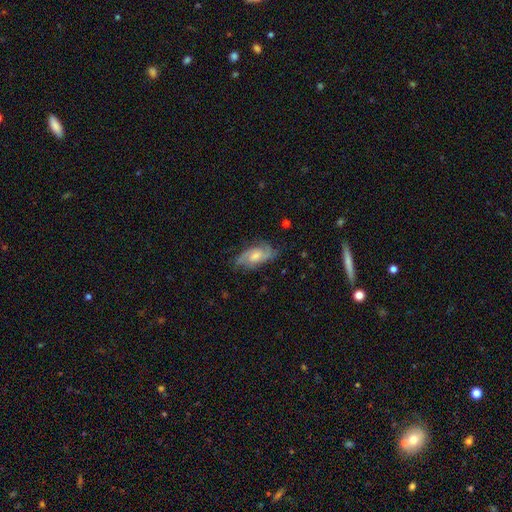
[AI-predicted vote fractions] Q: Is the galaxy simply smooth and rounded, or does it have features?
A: featured or disk — 75%.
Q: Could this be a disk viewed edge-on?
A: no — 94%.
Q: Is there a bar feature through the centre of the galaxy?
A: no — 50%.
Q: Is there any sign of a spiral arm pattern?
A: yes — 94%.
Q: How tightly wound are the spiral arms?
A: medium — 49%.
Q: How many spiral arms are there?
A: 2 — 69%.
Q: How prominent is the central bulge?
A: moderate — 47%.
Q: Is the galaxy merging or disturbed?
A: none — 71%.